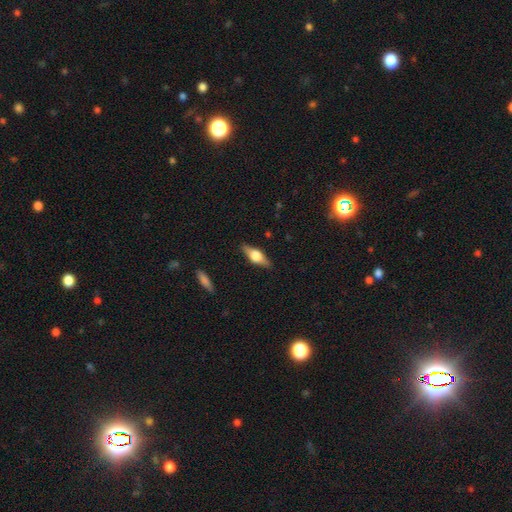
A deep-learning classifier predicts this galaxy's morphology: smooth-or-featured: featured or disk: 58% | smooth: 36% | star or artifact: 6%
  disk-edge-on: yes: 94% | no: 6%
    edge-on-bulge: rounded: 93% | boxy: 6% | none: 1%
  merging: none: 87% | minor disturbance: 9% | major disturbance: 2% | merger: 1%